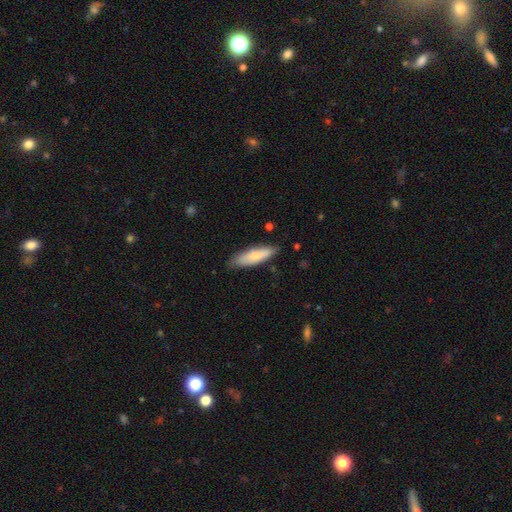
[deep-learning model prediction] Morphology: type=smooth (76%); roundness=cigar-shaped (57%); merging=none (80%).